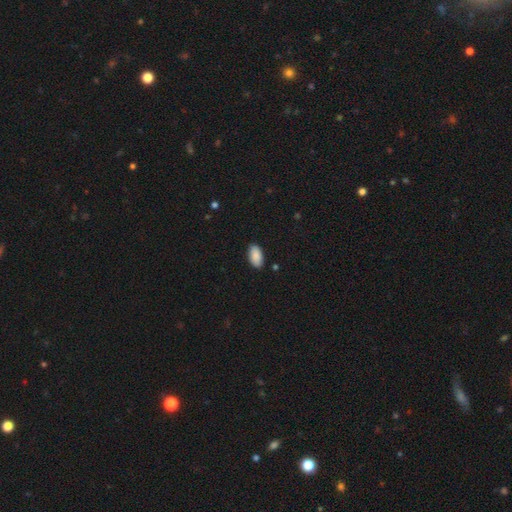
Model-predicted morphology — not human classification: The model was most divided on "merging": none: 87%, minor disturbance: 10%, major disturbance: 2%, merger: 1%. More confident: how rounded — in between (95%); smooth or featured — smooth (89%).